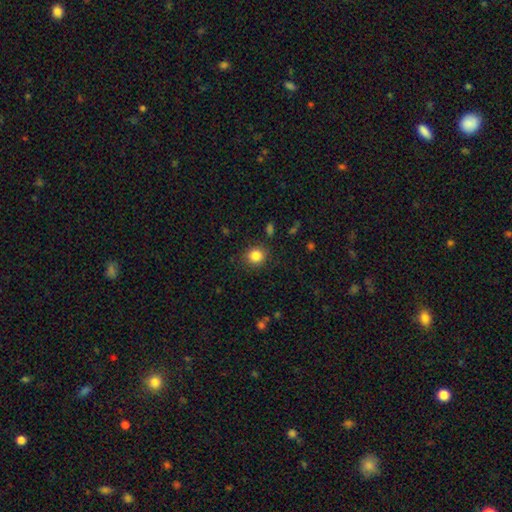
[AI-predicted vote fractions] Morphology: type=smooth (85%); roundness=round (79%); merging=none (87%).